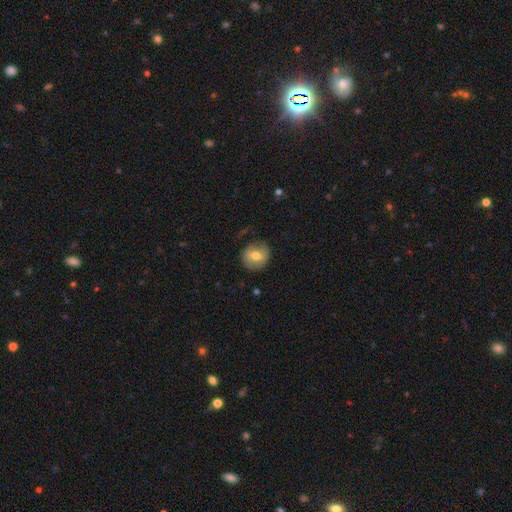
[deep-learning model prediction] A smooth galaxy with no disk features (65%) that is round (85%). Merging: none (79%).